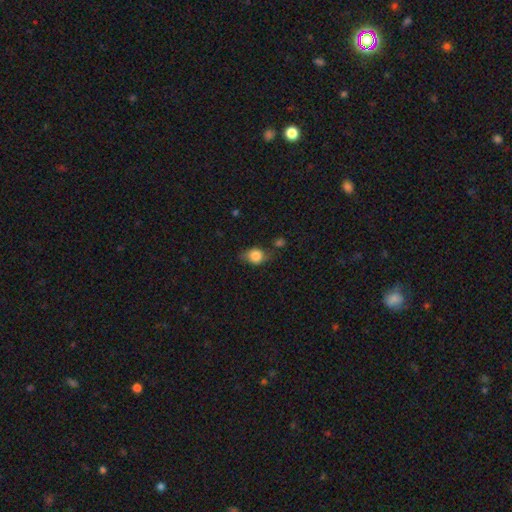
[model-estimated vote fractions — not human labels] Smooth or featured? Predicted: smooth (p=0.77). How rounded? Predicted: round (p=0.50). Merging? Predicted: none (p=0.55).